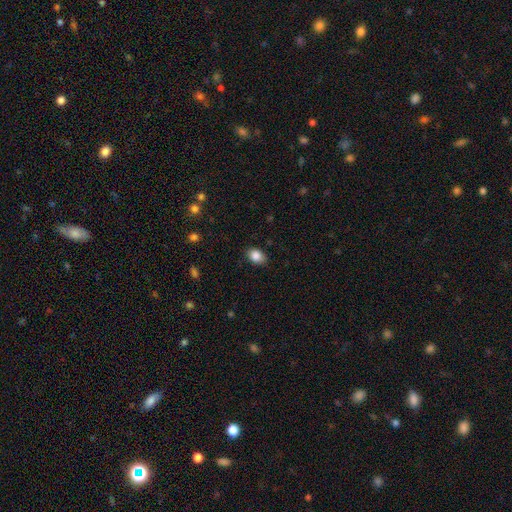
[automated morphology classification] smooth_or_featured: smooth (p=0.86) [alt: star or artifact p=0.09]
how_rounded: in between (p=0.75) [alt: round p=0.24]
merging: none (p=0.83) [alt: minor disturbance p=0.13]